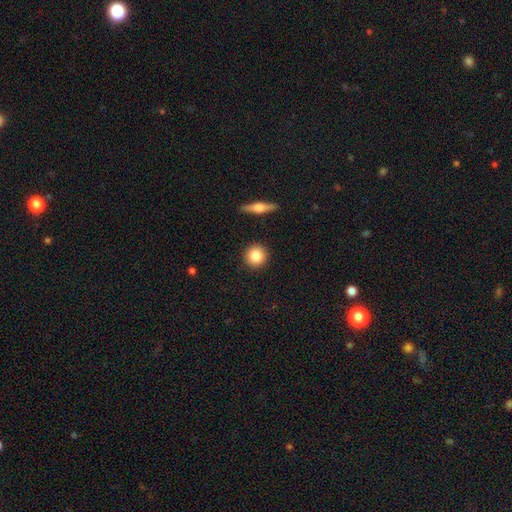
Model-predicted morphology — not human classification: smooth-or-featured: smooth: 85% | featured or disk: 7% | star or artifact: 7%
  how-rounded: round: 93% | in between: 6% | cigar-shaped: 1%
  merging: none: 91% | minor disturbance: 6% | major disturbance: 2% | merger: 2%